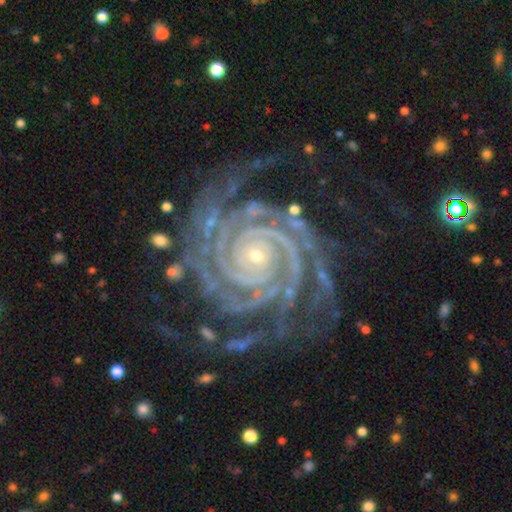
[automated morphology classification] This is clearly a featured or disk galaxy (94%). It is clearly not viewed edge-on (98%). Bar: likely no (71%). Spiral arm pattern: clearly yes (99%). Spiral arm count: marginally 2 (26%). Spiral winding: clearly tight (85%). Central bulge: clearly small (83%). Merging: likely none (72%).